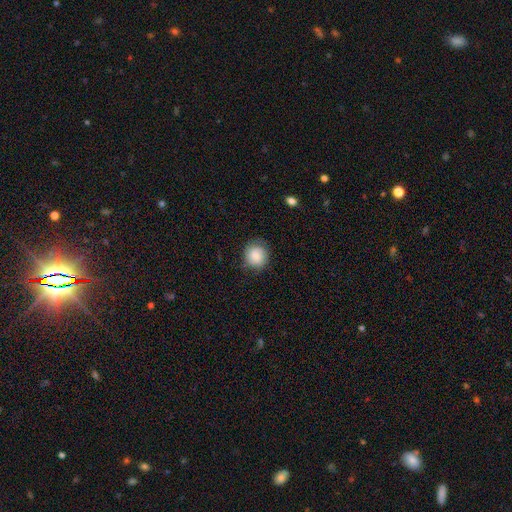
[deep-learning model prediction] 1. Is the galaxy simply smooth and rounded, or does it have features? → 84% smooth, 8% featured or disk, 8% star or artifact.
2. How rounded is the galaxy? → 86% round, 13% in between, 1% cigar-shaped.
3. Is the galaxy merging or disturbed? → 79% none, 16% minor disturbance, 4% major disturbance, 1% merger.